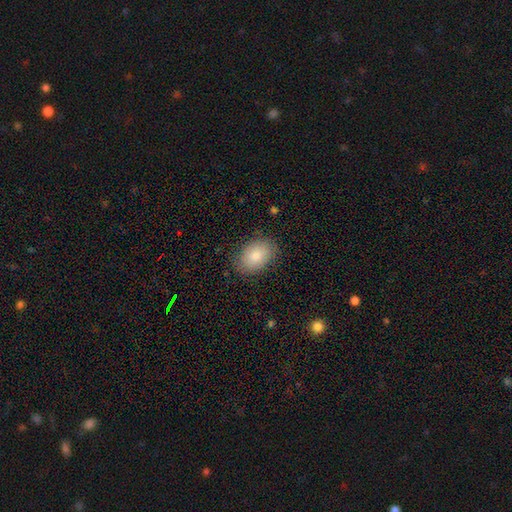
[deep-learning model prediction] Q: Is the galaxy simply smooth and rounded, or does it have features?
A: smooth — 85%.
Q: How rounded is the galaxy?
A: in between — 85%.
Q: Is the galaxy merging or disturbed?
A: none — 82%.